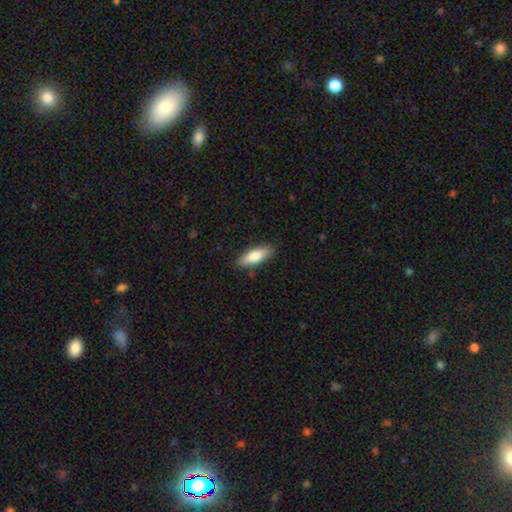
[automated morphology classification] Smooth or featured?
  - smooth: 80% *
  - featured or disk: 14%
  - star or artifact: 6%
How rounded?
  - in between: 64% *
  - cigar-shaped: 34%
  - round: 2%
Merging?
  - none: 86% *
  - minor disturbance: 11%
  - major disturbance: 2%
  - merger: 1%